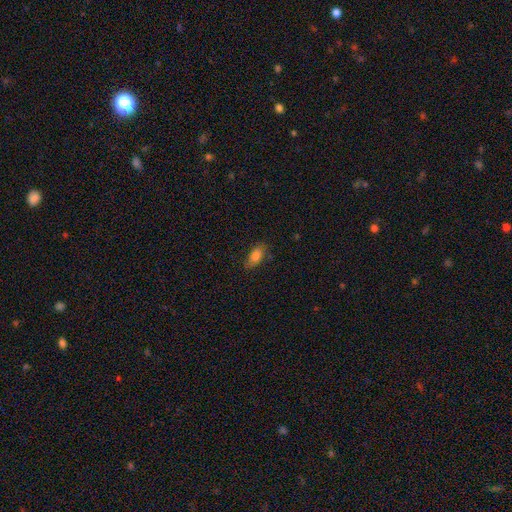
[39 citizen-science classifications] Smooth or featured? 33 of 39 (85%) said smooth. How rounded? 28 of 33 (85%) said in between. Merging? 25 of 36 (69%) said none.